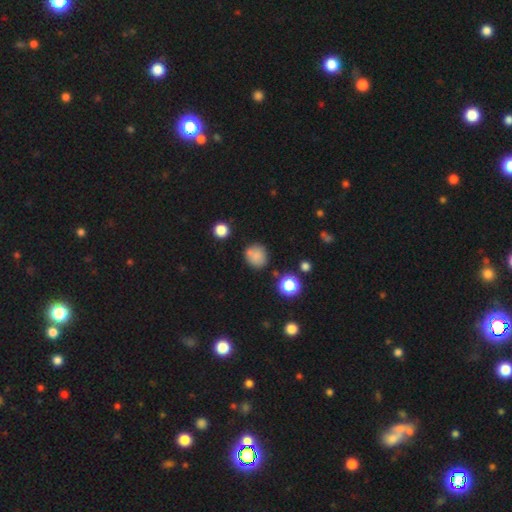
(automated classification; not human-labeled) smooth_or_featured: smooth (p=0.79) [alt: star or artifact p=0.12]
how_rounded: round (p=0.82) [alt: in between p=0.17]
merging: none (p=0.69) [alt: minor disturbance p=0.15]